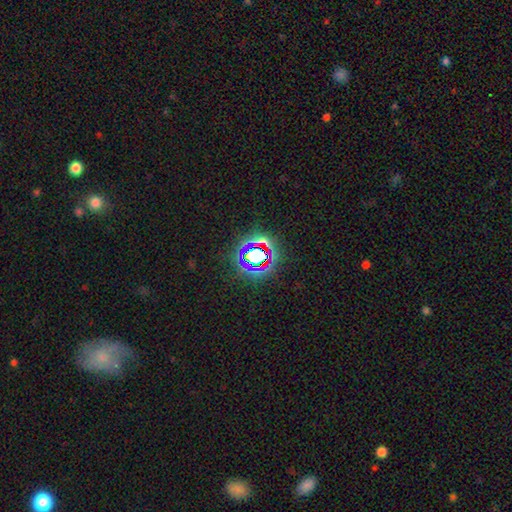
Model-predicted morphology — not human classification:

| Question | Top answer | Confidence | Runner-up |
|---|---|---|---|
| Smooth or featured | star or artifact | 65% | smooth (22%) |